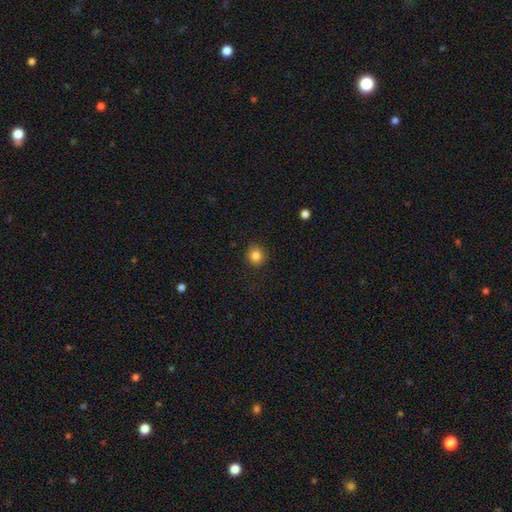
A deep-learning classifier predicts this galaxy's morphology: Overall: smooth (84%). How rounded: round (90%). Merging: none (90%).